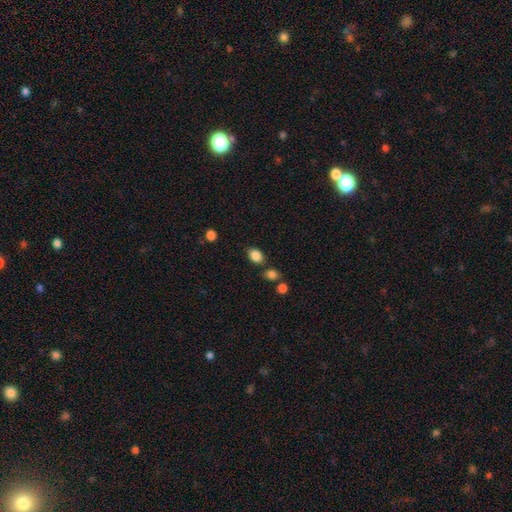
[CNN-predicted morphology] Smooth or featured?
  - smooth: 86% *
  - star or artifact: 10%
  - featured or disk: 4%
How rounded?
  - in between: 76% *
  - round: 23%
  - cigar-shaped: 1%
Merging?
  - none: 77% *
  - minor disturbance: 13%
  - merger: 7%
  - major disturbance: 4%